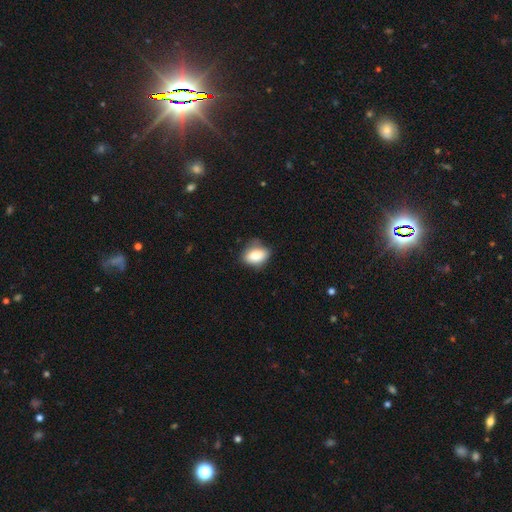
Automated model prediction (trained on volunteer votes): smooth_or_featured: smooth (p=0.84) [alt: featured or disk p=0.08]
how_rounded: in between (p=0.83) [alt: round p=0.15]
merging: none (p=0.66) [alt: minor disturbance p=0.27]